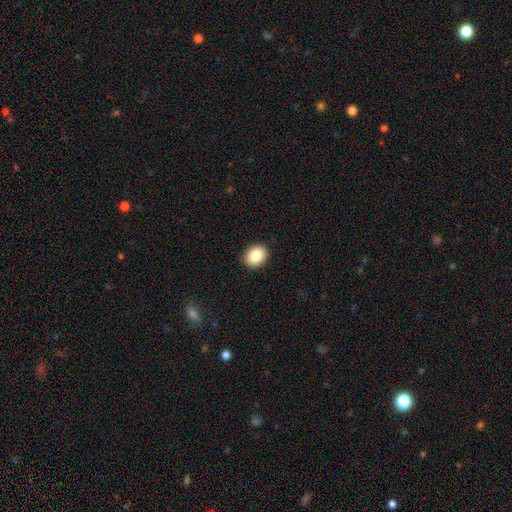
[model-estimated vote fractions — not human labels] Morphology: type=smooth (85%); roundness=in between (51%); merging=none (91%).